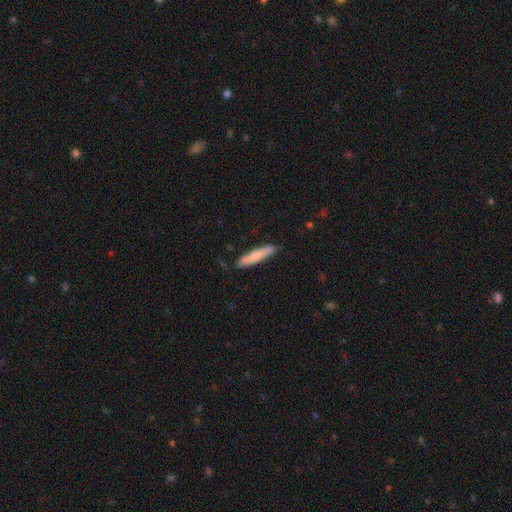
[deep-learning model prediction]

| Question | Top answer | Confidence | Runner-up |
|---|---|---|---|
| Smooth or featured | smooth | 74% | featured or disk (21%) |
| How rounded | cigar-shaped | 90% | in between (8%) |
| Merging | none | 84% | minor disturbance (13%) |